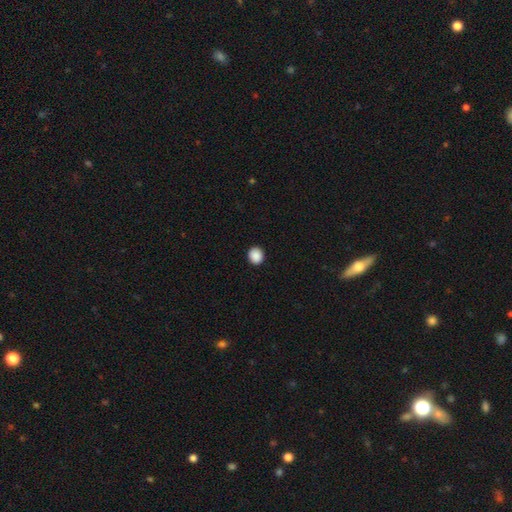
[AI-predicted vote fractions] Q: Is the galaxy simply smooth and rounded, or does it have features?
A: smooth — 89%.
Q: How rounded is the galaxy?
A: round — 83%.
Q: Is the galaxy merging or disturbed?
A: none — 93%.